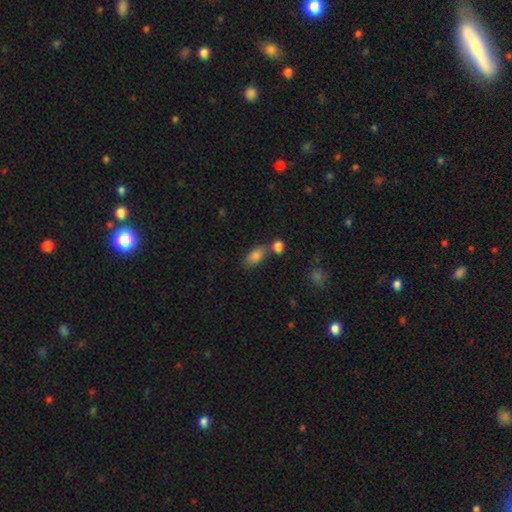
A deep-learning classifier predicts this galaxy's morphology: A smooth galaxy with no disk features (84%) that is in between round and cigar-shaped (88%). Merging: none (58%).